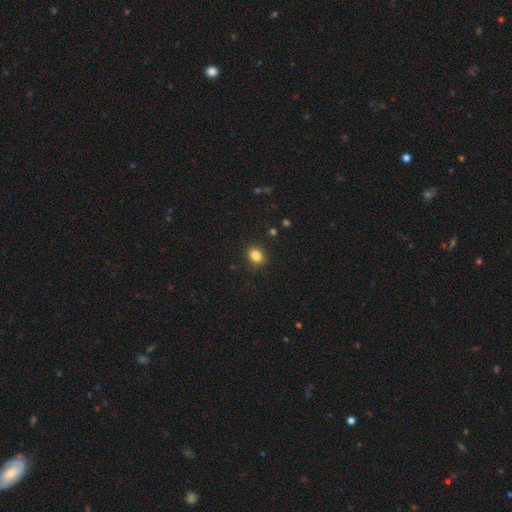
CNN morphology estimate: smooth-or-featured: smooth: 84% | star or artifact: 11% | featured or disk: 6%
  how-rounded: in between: 55% | round: 44% | cigar-shaped: 1%
  merging: none: 89% | minor disturbance: 8% | major disturbance: 2% | merger: 1%